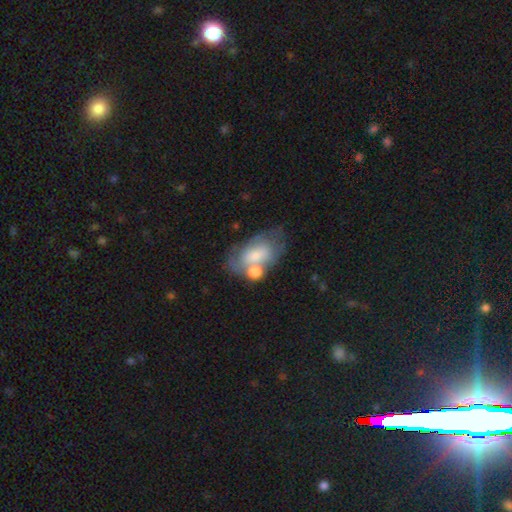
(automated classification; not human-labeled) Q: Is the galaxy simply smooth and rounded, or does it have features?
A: smooth — 53%.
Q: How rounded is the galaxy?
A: in between — 86%.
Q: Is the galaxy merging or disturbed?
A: merger — 32%.